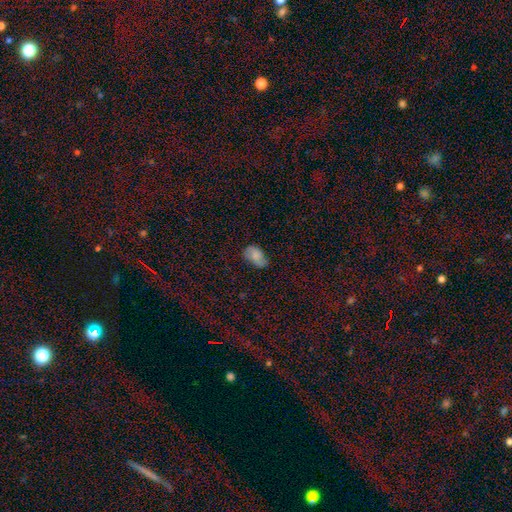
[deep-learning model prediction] This is likely a smooth galaxy (76%). How rounded: clearly in between (92%). Merging: possibly none (57%).